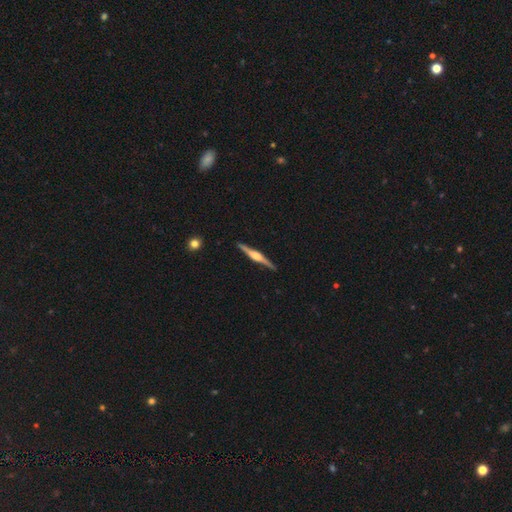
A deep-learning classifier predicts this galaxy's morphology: Smooth or featured?
  - featured or disk: 83% *
  - smooth: 12%
  - star or artifact: 5%
Edge-on disk?
  - yes: 98% *
  - no: 2%
Edge-on bulge?
  - rounded: 81% *
  - boxy: 16%
  - none: 4%
Merging?
  - none: 91% *
  - minor disturbance: 6%
  - major disturbance: 1%
  - merger: 1%